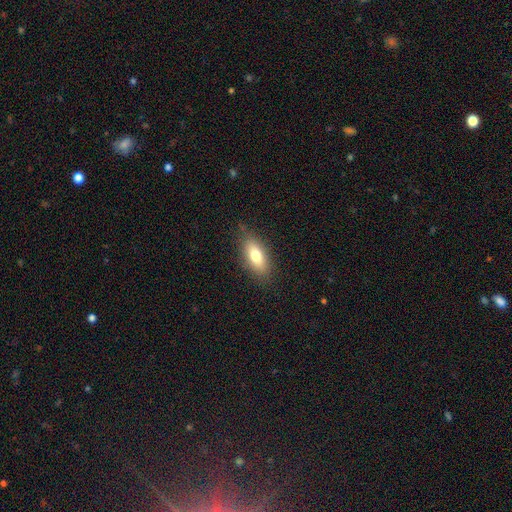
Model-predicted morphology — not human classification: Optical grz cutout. It shows a smooth galaxy with no disk features (75%) that is in between round and cigar-shaped (78%). Merging: none (81%).